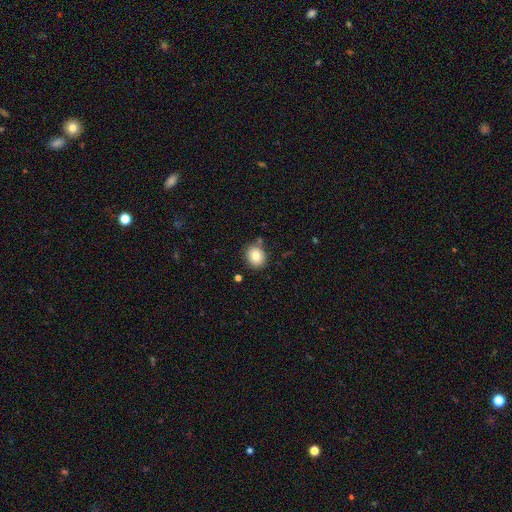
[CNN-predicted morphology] A smooth galaxy with no disk features (83%) that is round (66%).

Vote fractions:
- Smooth or featured? smooth: 83% / star or artifact: 9% / featured or disk: 8%
- How rounded? round: 66% / in between: 33% / cigar-shaped: 1%
- Merging? none: 82% / minor disturbance: 11% / merger: 4% / major disturbance: 3%